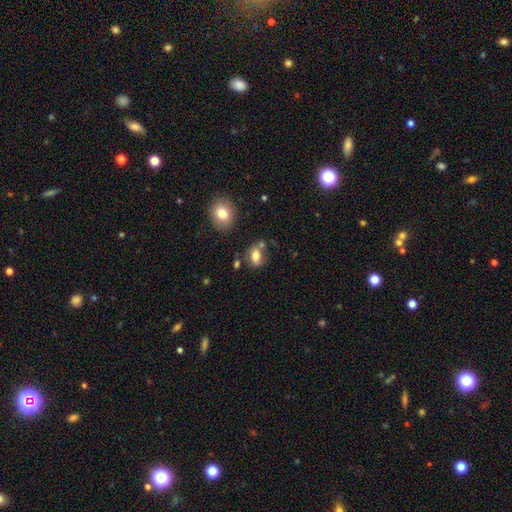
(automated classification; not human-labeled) A smooth galaxy with no disk features (74%) that is in between round and cigar-shaped (73%). Merging: none (62%).